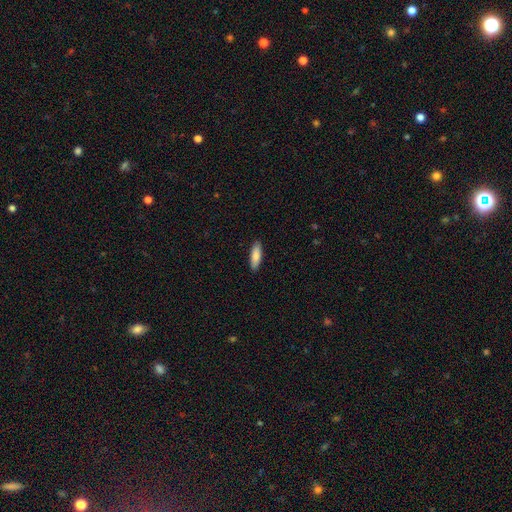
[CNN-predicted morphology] This is clearly a smooth galaxy (85%). How rounded: possibly cigar-shaped (52%). Merging: clearly none (90%).